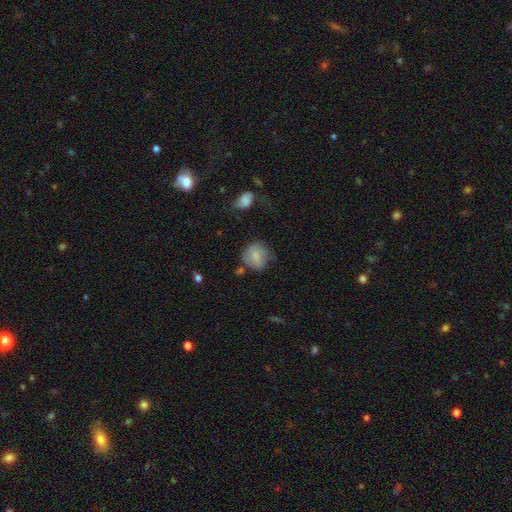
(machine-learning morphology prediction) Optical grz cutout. It shows a smooth galaxy with no disk features (74%) that is round (80%). Merging: none (55%).